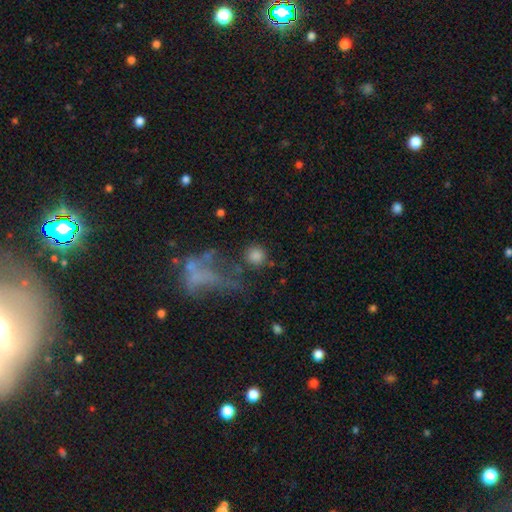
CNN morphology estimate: This appears to be a smooth galaxy with no disk features (81%) that is round (93%). Merging: none (72%).